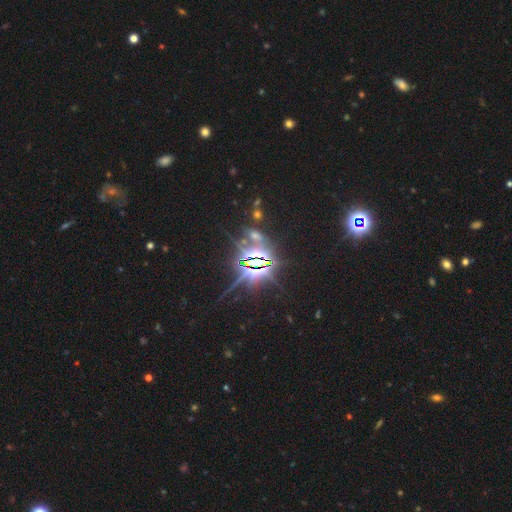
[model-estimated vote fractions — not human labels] A star or artifact, not a galaxy (86%).

Vote fractions:
- Smooth or featured? star or artifact: 86% / featured or disk: 8% / smooth: 6%